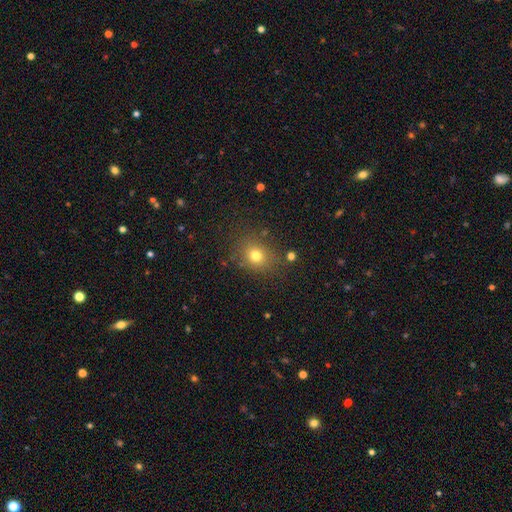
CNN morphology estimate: Smooth or featured: smooth — 75% (star or artifact — 16%)
How rounded: round — 67% (in between — 32%)
Merging: none — 79% (minor disturbance — 13%)